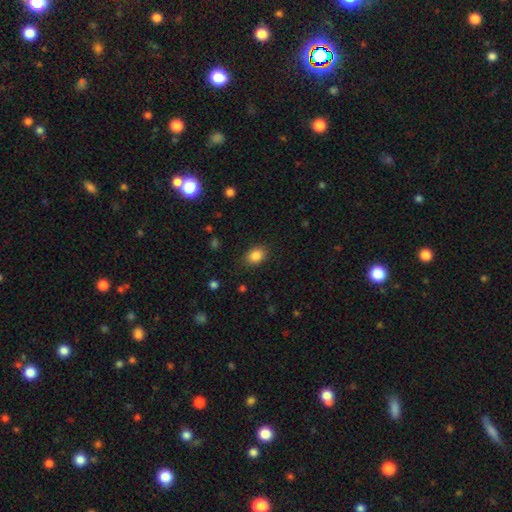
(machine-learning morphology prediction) Smooth or featured? Predicted: smooth (p=0.86). How rounded? Predicted: in between (p=0.66). Merging? Predicted: none (p=0.85).